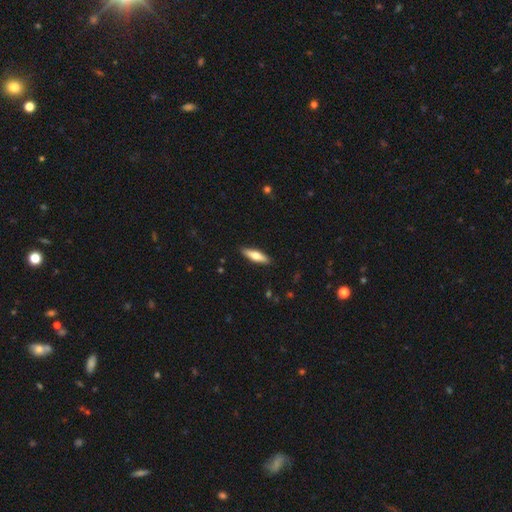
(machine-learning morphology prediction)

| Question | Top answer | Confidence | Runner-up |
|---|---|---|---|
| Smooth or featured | smooth | 64% | featured or disk (30%) |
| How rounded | cigar-shaped | 63% | in between (35%) |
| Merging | none | 90% | minor disturbance (8%) |